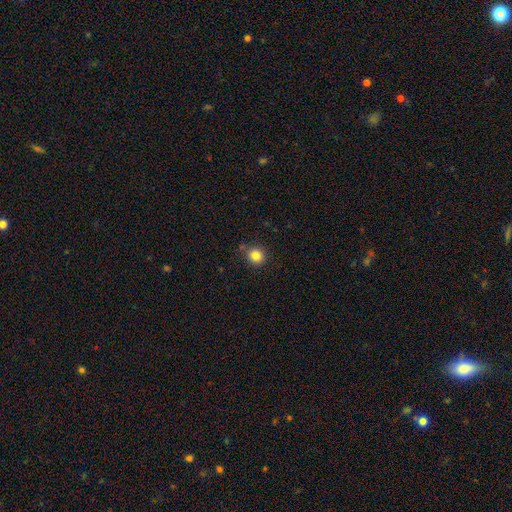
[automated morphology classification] Overall: smooth (84%). How rounded: round (90%). Merging: none (82%).